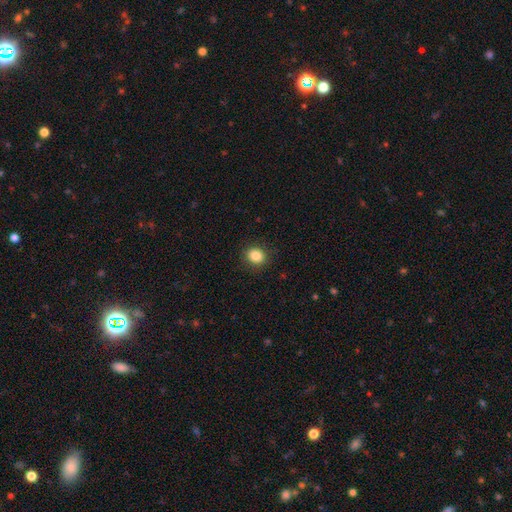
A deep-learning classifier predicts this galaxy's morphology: Smooth or featured? smooth (85%)
How rounded? round (73%)
Merging? none (89%)